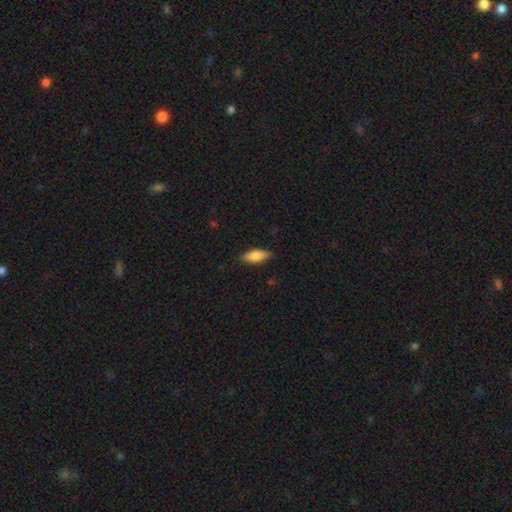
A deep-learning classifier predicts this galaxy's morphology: Overall: smooth (78%). How rounded: in between (71%). Merging: none (85%).